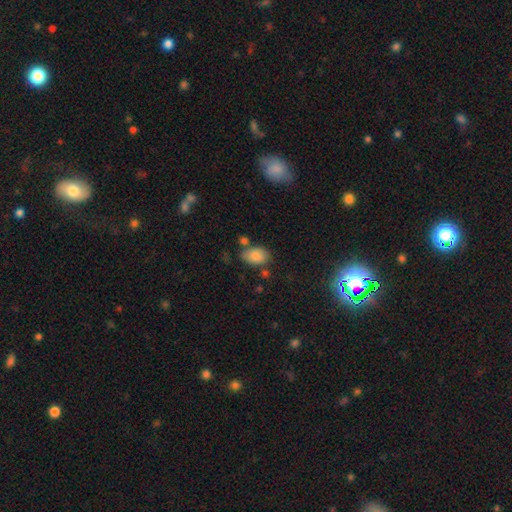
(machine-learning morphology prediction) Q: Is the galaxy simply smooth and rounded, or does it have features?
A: smooth — 84%.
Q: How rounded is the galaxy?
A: in between — 87%.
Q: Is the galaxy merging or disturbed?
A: none — 66%.